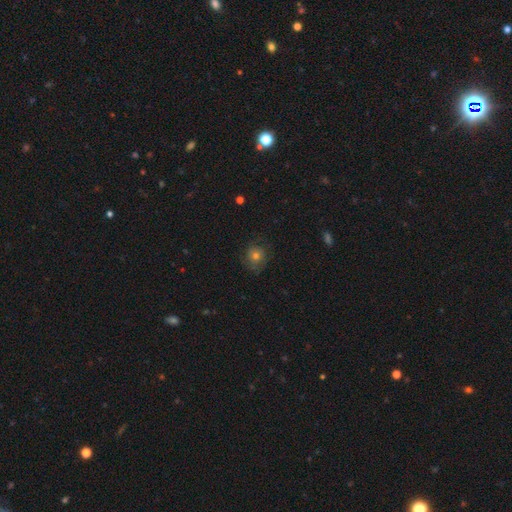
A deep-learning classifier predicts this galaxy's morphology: A smooth galaxy with no disk features (60%) that is round (82%).

Vote fractions:
- Smooth or featured? smooth: 60% / featured or disk: 24% / star or artifact: 16%
- How rounded? round: 82% / in between: 17% / cigar-shaped: 1%
- Merging? none: 76% / minor disturbance: 16% / major disturbance: 7% / merger: 1%